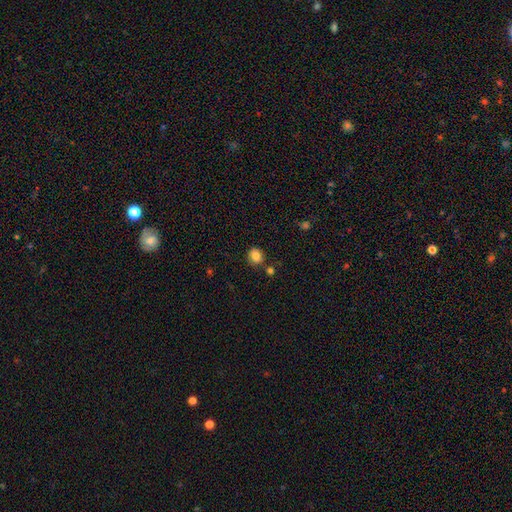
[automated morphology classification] Q: Smooth or featured?
A: smooth (85%); runner-up: star or artifact (10%)
Q: How rounded?
A: round (62%); runner-up: in between (37%)
Q: Merging?
A: none (76%); runner-up: minor disturbance (13%)